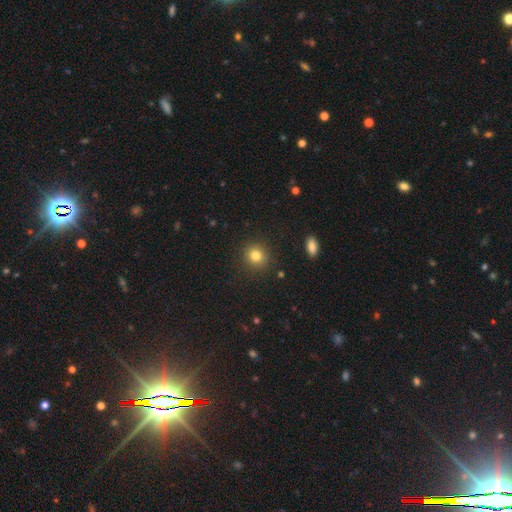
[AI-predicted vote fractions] Morphology: type=smooth (81%); roundness=round (88%); merging=none (90%).